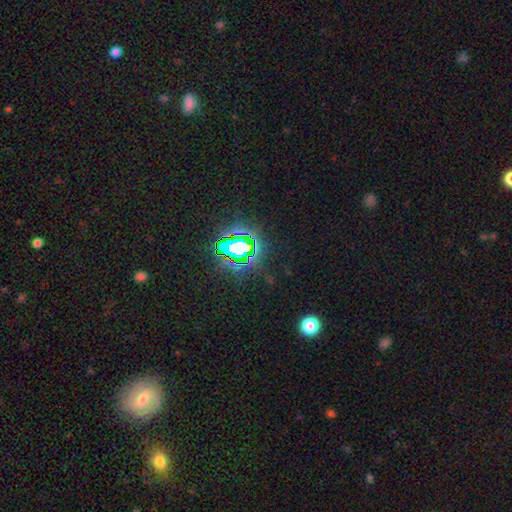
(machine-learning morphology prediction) Smooth or featured?
  - star or artifact: 80% *
  - smooth: 13%
  - featured or disk: 7%